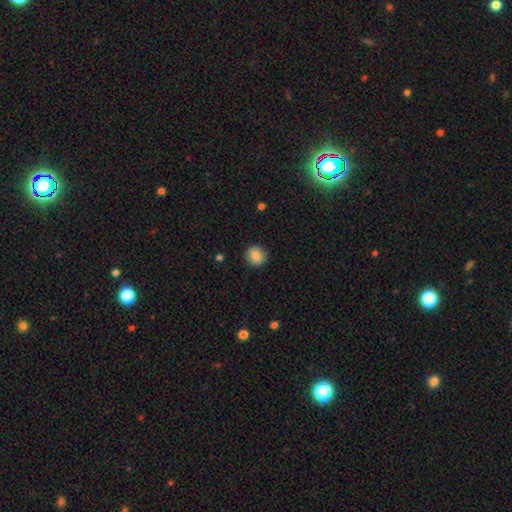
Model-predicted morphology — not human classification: type=smooth (85%); roundness=round (87%); merging=none (89%).